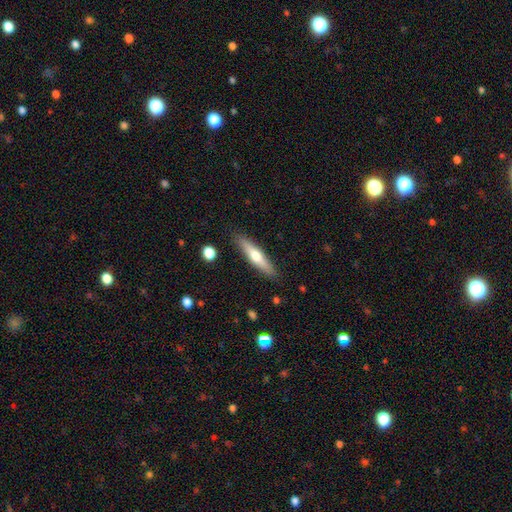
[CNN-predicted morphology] smooth-or-featured: smooth: 49% | featured or disk: 46% | star or artifact: 6%
  merging: none: 88% | minor disturbance: 9% | major disturbance: 2% | merger: 2%